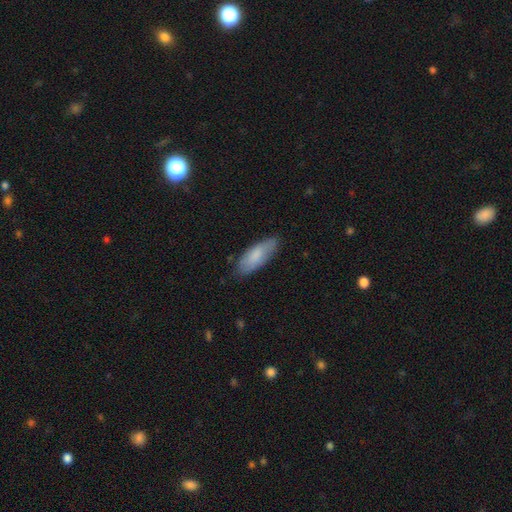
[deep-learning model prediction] The model was most divided on "how rounded": in between: 70%, cigar-shaped: 29%, round: 2%. More confident: smooth or featured — smooth (79%); merging — none (78%).